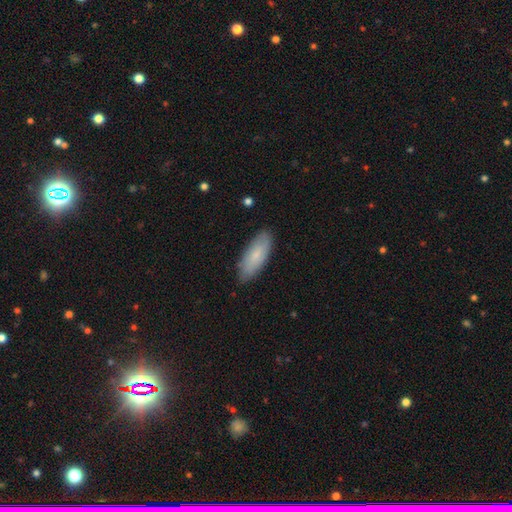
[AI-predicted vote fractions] Q: Smooth or featured?
A: smooth (77%); runner-up: featured or disk (17%)
Q: How rounded?
A: in between (76%); runner-up: cigar-shaped (22%)
Q: Merging?
A: none (85%); runner-up: minor disturbance (12%)